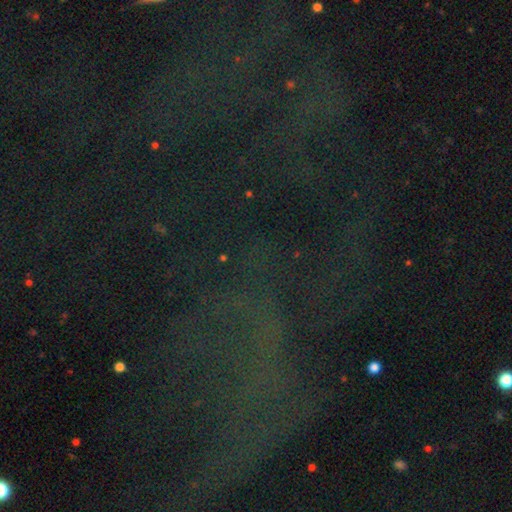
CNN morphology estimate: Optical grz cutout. It shows a star or artifact, not a galaxy (75%).